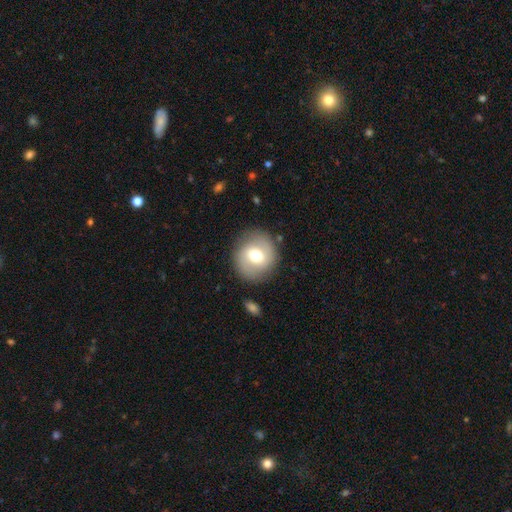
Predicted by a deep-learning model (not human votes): smooth 57%, featured or disk 35%, star or artifact 7%. Down the decision tree: how rounded — round (87%); merging — none (84%).